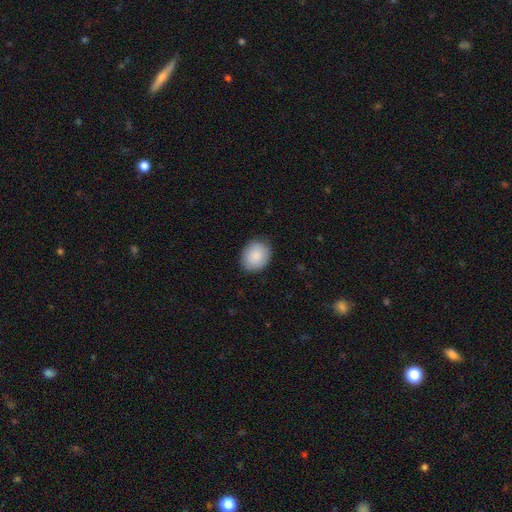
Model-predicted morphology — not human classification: Smooth or featured: smooth — 88% (star or artifact — 7%)
How rounded: round — 55% (in between — 44%)
Merging: none — 86% (minor disturbance — 10%)